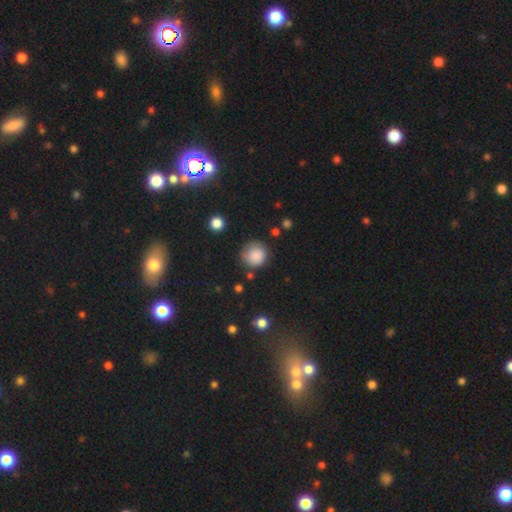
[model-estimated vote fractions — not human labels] This is clearly a smooth galaxy (86%). How rounded: clearly round (92%). Merging: likely none (74%).